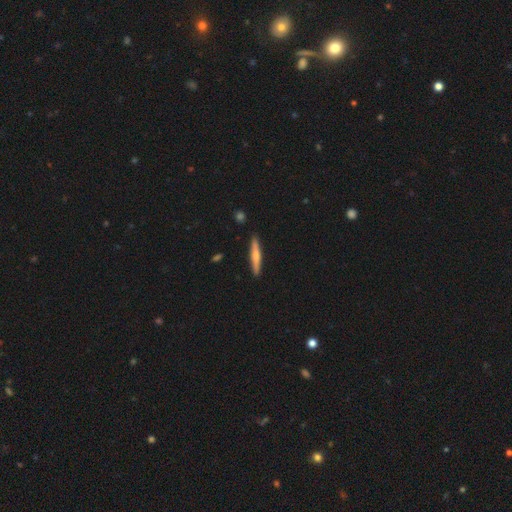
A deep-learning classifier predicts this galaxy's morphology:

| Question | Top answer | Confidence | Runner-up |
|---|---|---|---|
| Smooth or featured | smooth | 55% | featured or disk (40%) |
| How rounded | cigar-shaped | 93% | in between (6%) |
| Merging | none | 90% | minor disturbance (7%) |